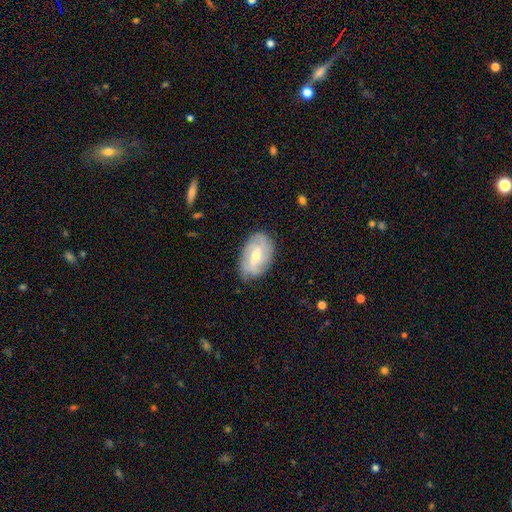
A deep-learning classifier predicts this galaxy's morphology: Smooth or featured? Predicted: featured or disk (p=0.72). Edge-on disk? Predicted: no (p=0.95). Bar? Predicted: weak (p=0.47). Spiral arms? Predicted: yes (p=0.90). Spiral winding? Predicted: tight (p=0.47). Spiral arm count? Predicted: can't tell (p=0.31, tied with 2). Bulge size? Predicted: moderate (p=0.49). Merging? Predicted: none (p=0.80).